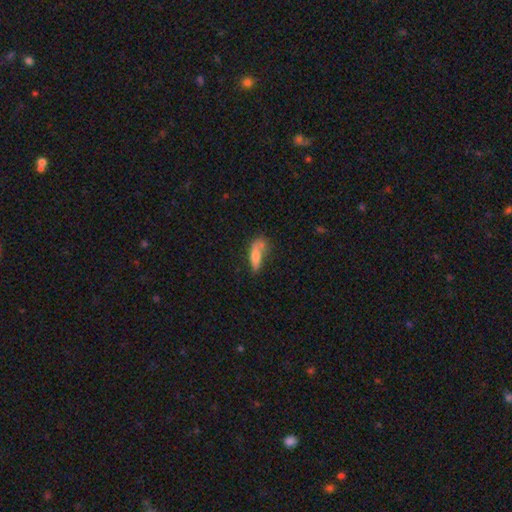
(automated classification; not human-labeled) Smooth or featured? smooth (69%)
How rounded? in between (50%)
Merging? none (39%)